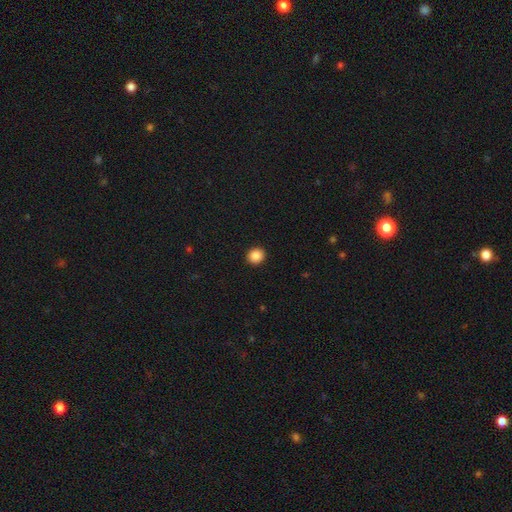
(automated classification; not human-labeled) Smooth or featured: smooth — 88% (star or artifact — 9%)
How rounded: round — 84% (in between — 15%)
Merging: none — 93% (minor disturbance — 5%)